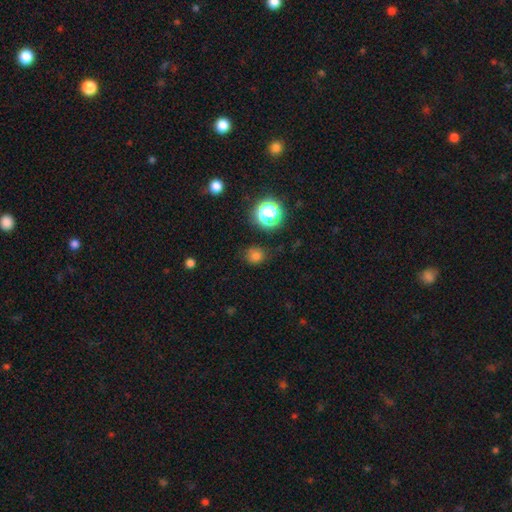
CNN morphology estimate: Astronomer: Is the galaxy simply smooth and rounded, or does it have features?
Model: smooth — 74%.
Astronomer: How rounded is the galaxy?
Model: round — 81%.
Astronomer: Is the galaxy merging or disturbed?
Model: none — 79%.